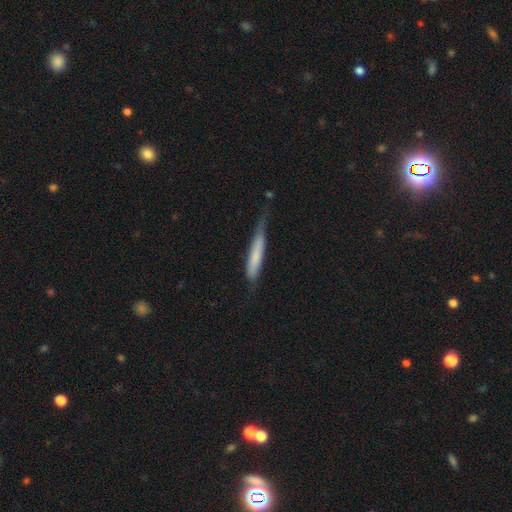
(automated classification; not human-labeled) A smooth galaxy with no disk features (68%) that is cigar-shaped (93%).

Vote fractions:
- Smooth or featured? smooth: 68% / featured or disk: 26% / star or artifact: 6%
- How rounded? cigar-shaped: 93% / in between: 6% / round: 1%
- Merging? none: 54% / minor disturbance: 34% / major disturbance: 9% / merger: 3%